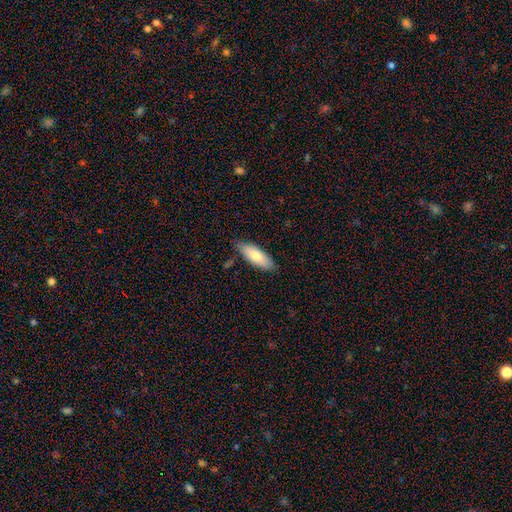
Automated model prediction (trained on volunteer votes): Smooth or featured? smooth (73%)
How rounded? in between (74%)
Merging? none (82%)